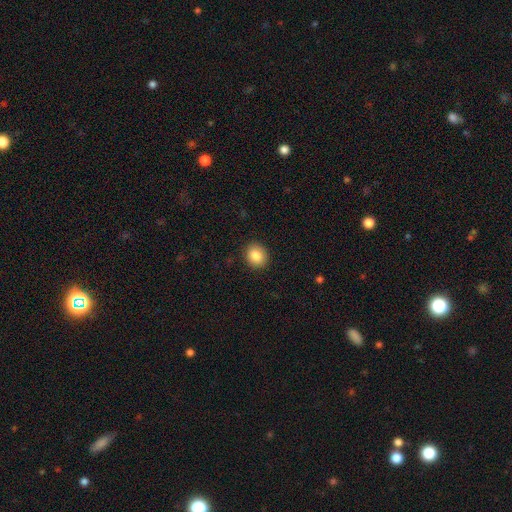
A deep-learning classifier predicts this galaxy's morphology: smooth_or_featured: smooth (p=0.86) [alt: star or artifact p=0.09]
how_rounded: round (p=0.73) [alt: in between p=0.26]
merging: none (p=0.90) [alt: minor disturbance p=0.07]